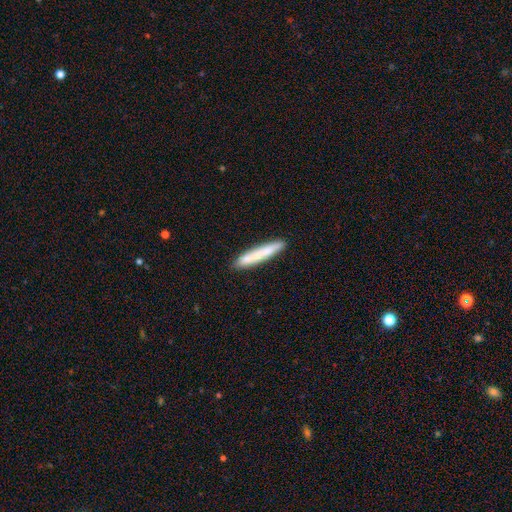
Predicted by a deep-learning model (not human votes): Overall: smooth (74%). How rounded: cigar-shaped (93%). Merging: none (87%).